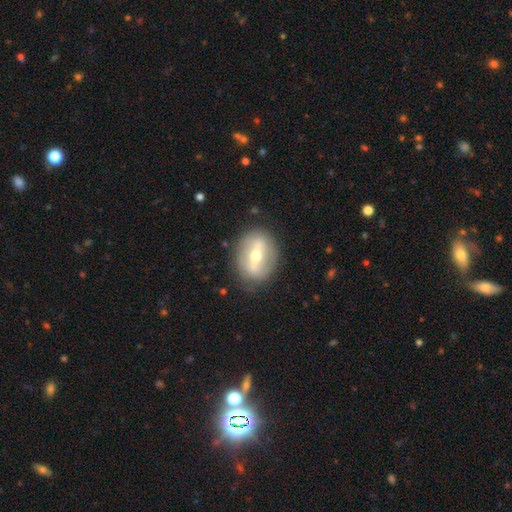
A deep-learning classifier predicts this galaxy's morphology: smooth_or_featured: featured or disk (p=0.66) [alt: smooth p=0.27]
disk_edge_on: no (p=0.81) [alt: yes p=0.19]
bar: strong (p=0.67) [alt: weak p=0.23]
has_spiral_arms: no (p=0.74) [alt: yes p=0.26]
bulge_size: moderate (p=0.69) [alt: small p=0.23]
merging: none (p=0.82) [alt: minor disturbance p=0.12]